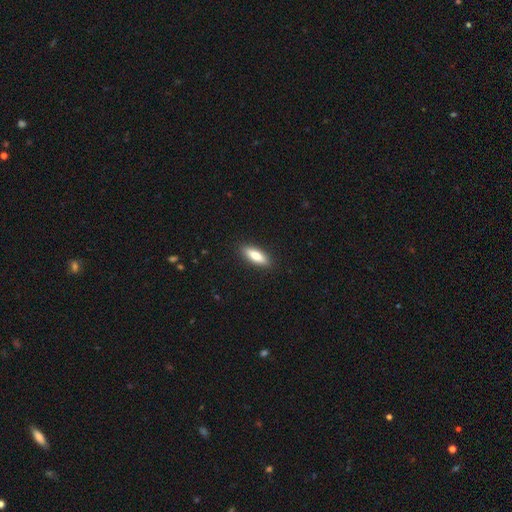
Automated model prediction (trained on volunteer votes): This is likely a smooth galaxy (78%). How rounded: possibly in between (58%). Merging: clearly none (90%).